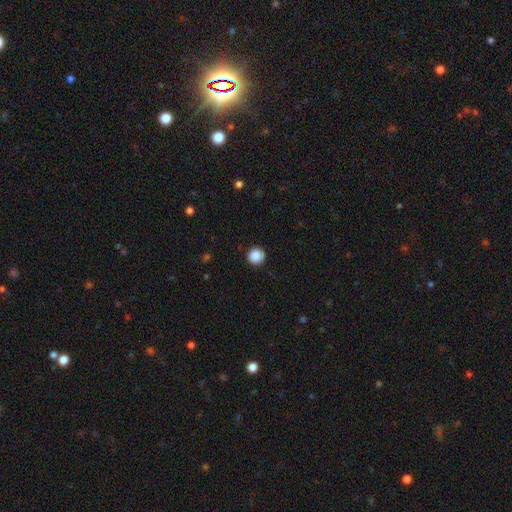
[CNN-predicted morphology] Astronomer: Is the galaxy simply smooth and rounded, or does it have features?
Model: smooth — 88%.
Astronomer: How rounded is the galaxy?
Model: round — 94%.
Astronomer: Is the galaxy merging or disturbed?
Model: none — 92%.